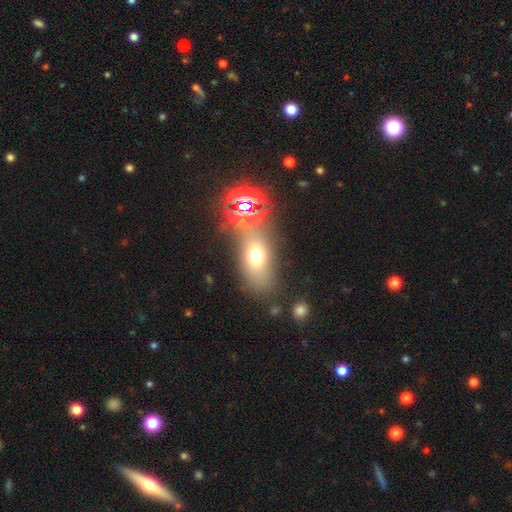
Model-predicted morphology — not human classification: Smooth or featured? smooth (61%)
How rounded? in between (73%)
Merging? none (66%)